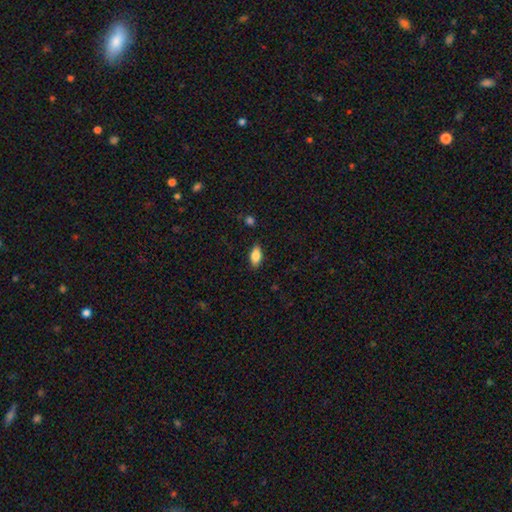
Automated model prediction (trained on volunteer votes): The model was most divided on "merging": none: 86%, minor disturbance: 10%, major disturbance: 2%, merger: 1%. More confident: how rounded — in between (90%); smooth or featured — smooth (85%).